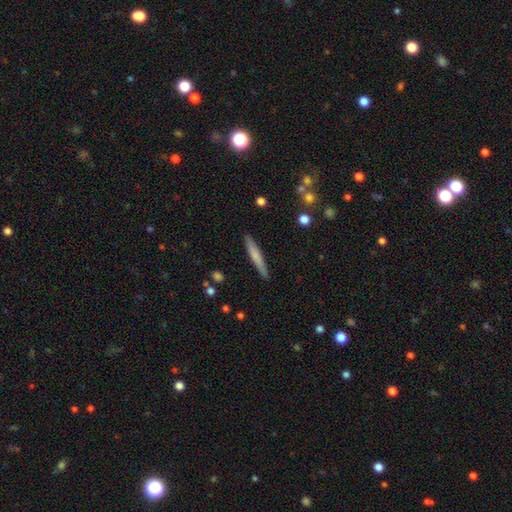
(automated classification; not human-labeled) This is likely a smooth galaxy (64%). How rounded: clearly cigar-shaped (95%). Merging: clearly none (89%).